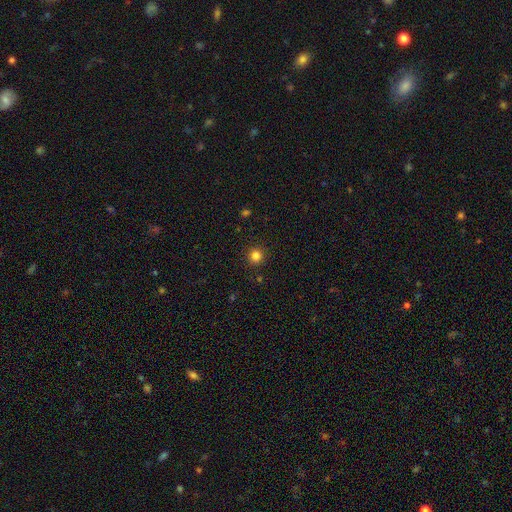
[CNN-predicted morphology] type=smooth (83%); roundness=round (95%); merging=none (92%).